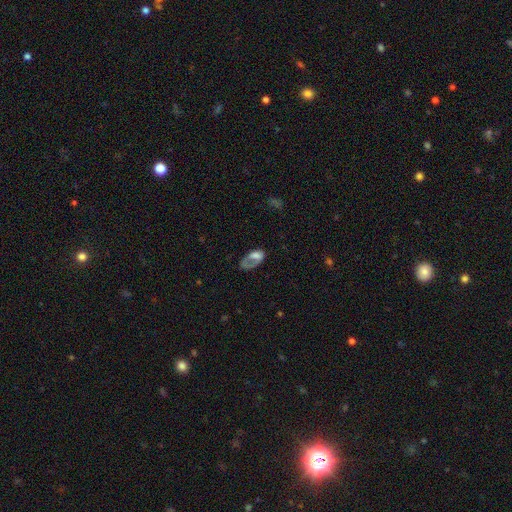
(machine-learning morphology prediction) The model was most divided on "merging": major disturbance: 43%, none: 31%, minor disturbance: 22%, merger: 4%. More confident: how rounded — in between (89%); smooth or featured — smooth (52%).